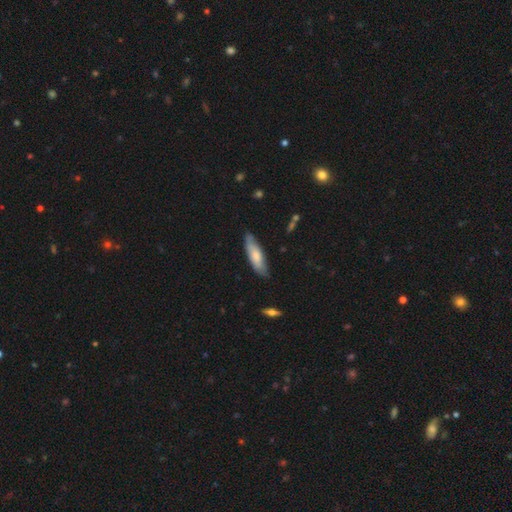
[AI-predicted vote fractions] Morphology: type=smooth (67%); roundness=cigar-shaped (56%); merging=none (74%).